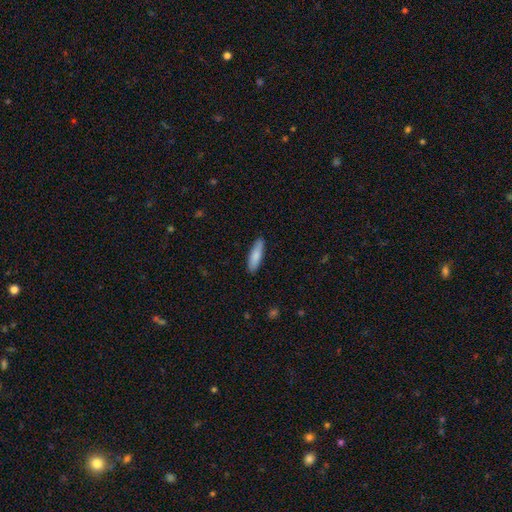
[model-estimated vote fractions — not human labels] Smooth or featured: smooth — 83% (featured or disk — 12%)
How rounded: cigar-shaped — 68% (in between — 31%)
Merging: none — 88% (minor disturbance — 9%)